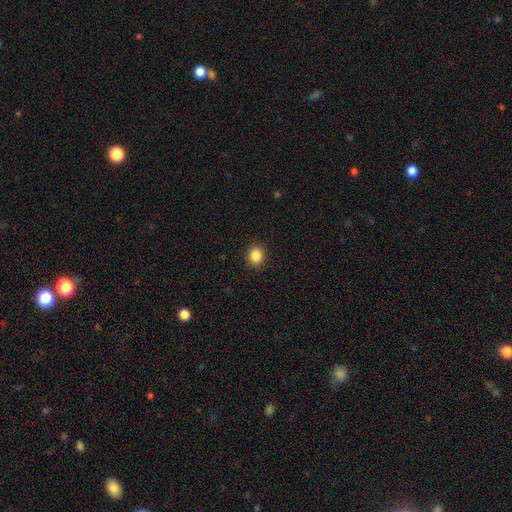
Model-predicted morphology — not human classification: Smooth or featured?
  - smooth: 86% *
  - star or artifact: 10%
  - featured or disk: 3%
How rounded?
  - round: 82% *
  - in between: 18%
  - cigar-shaped: 1%
Merging?
  - none: 91% *
  - minor disturbance: 6%
  - major disturbance: 2%
  - merger: 1%